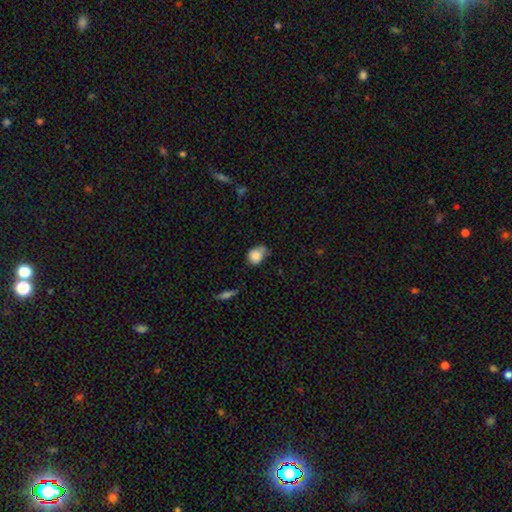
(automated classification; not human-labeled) A smooth galaxy with no disk features (82%) that is in between round and cigar-shaped (54%).

Vote fractions:
- Smooth or featured? smooth: 82% / featured or disk: 9% / star or artifact: 9%
- How rounded? in between: 54% / round: 45% / cigar-shaped: 1%
- Merging? minor disturbance: 44% / none: 39% / major disturbance: 12% / merger: 5%